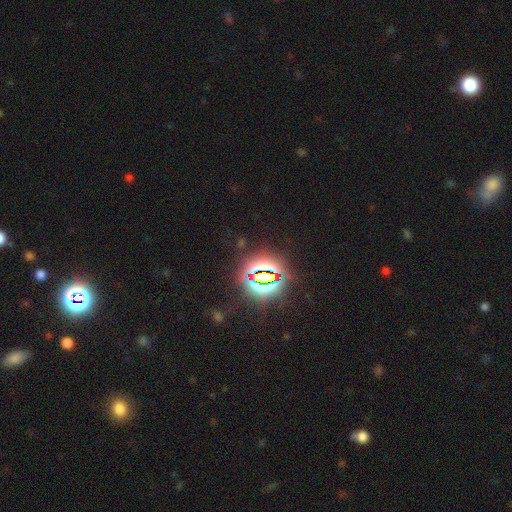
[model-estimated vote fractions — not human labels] smooth-or-featured: star or artifact: 82% | smooth: 12% | featured or disk: 6%